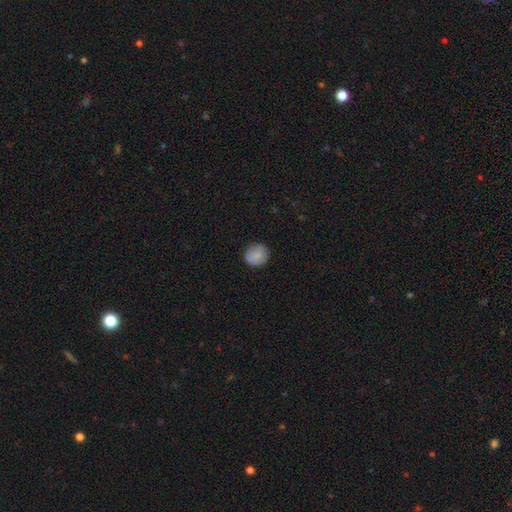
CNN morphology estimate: smooth 84%, featured or disk 8%, star or artifact 7%. Down the decision tree: how rounded — round (83%); merging — none (86%).